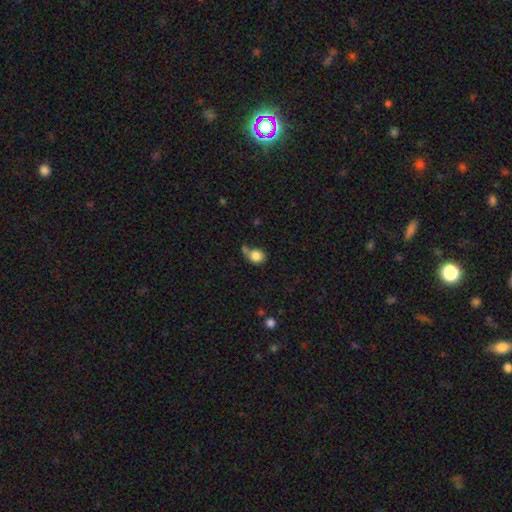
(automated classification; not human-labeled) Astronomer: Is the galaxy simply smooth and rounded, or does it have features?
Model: smooth — 83%.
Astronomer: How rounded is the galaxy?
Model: round — 67%.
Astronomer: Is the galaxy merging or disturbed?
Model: none — 44% (runner-up: merger, 25%).